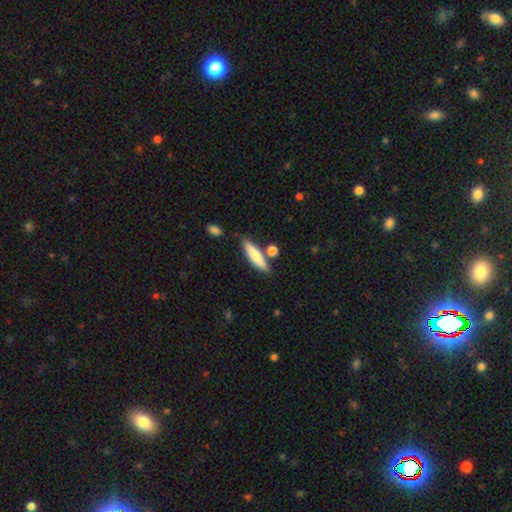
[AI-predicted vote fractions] The model was most divided on "smooth or featured": smooth: 72%, featured or disk: 22%, star or artifact: 6%. More confident: merging — none (76%); how rounded — cigar-shaped (75%).